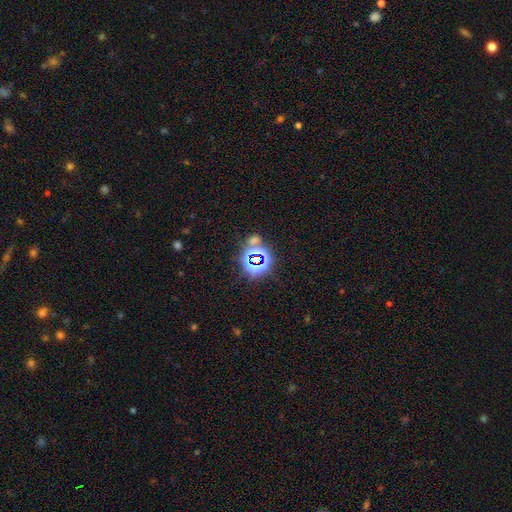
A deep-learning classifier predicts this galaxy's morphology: This appears to be a star or artifact, not a galaxy (76%).